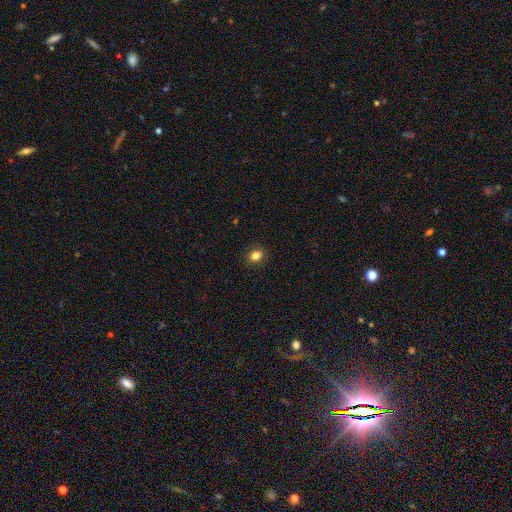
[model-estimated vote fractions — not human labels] This appears to be a smooth galaxy with no disk features (83%) that is round (50%). Merging: none (89%).